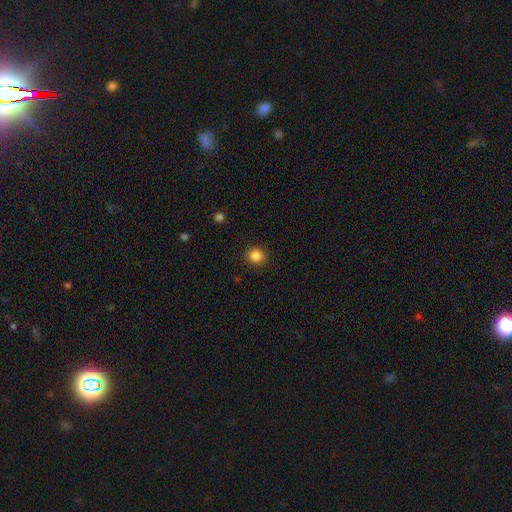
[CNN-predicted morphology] A smooth galaxy with no disk features (85%) that is round (89%). Merging: none (91%).